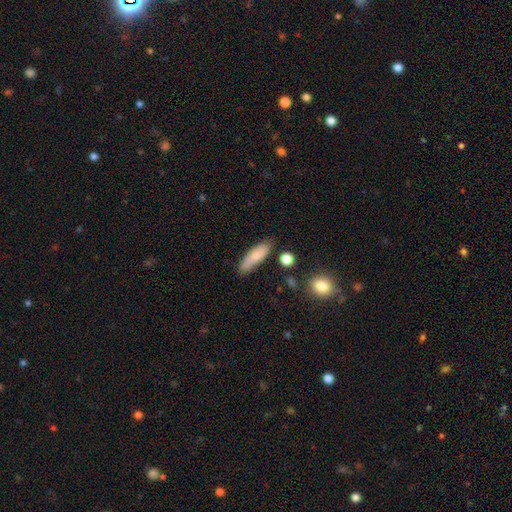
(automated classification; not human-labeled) This appears to be a smooth galaxy with no disk features (75%) that is cigar-shaped (56%). Merging: none (74%).